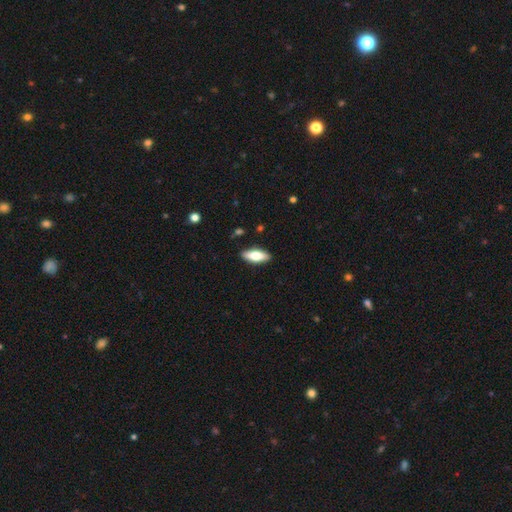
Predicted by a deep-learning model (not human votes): Smooth or featured? smooth (70%)
How rounded? in between (74%)
Merging? none (88%)